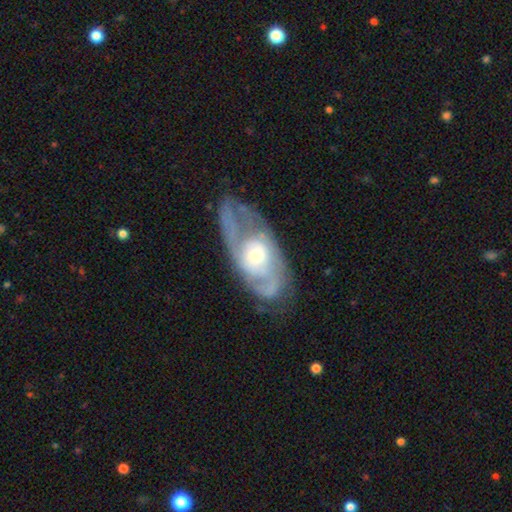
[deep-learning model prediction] smooth-or-featured: featured or disk: 80% | smooth: 15% | star or artifact: 5%
  disk-edge-on: no: 91% | yes: 9%
    bar: no: 69% | weak: 24% | strong: 6%
    has-spiral-arms: yes: 83% | no: 17%
      spiral-winding: tight: 44% | medium: 39% | loose: 17%
      spiral-arm-count: 2: 51% | can't tell: 30% | 1: 7% | 3: 7% | 4: 3% | more than 4: 2%
    bulge-size: moderate: 51% | small: 39% | large: 7% | dominant: 1% | none: 1%
  merging: none: 60% | minor disturbance: 21% | major disturbance: 17% | merger: 3%